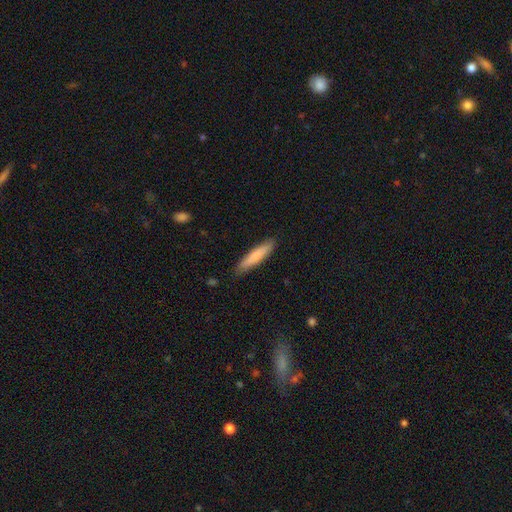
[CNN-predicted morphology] This is likely a smooth galaxy (77%). How rounded: clearly cigar-shaped (87%). Merging: clearly none (87%).